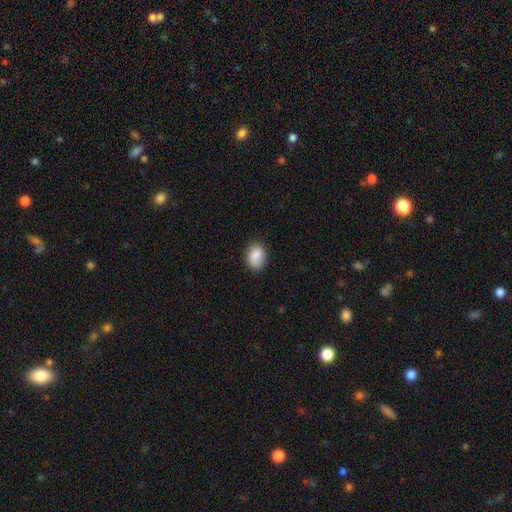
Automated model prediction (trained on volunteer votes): smooth-or-featured: smooth: 84% | featured or disk: 8% | star or artifact: 8%
  how-rounded: in between: 72% | round: 27% | cigar-shaped: 1%
  merging: none: 75% | minor disturbance: 18% | major disturbance: 5% | merger: 2%